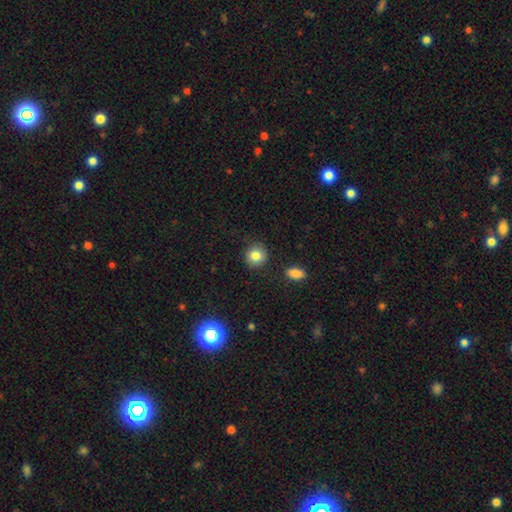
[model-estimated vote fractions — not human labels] Morphology: type=smooth (84%); roundness=round (89%); merging=none (88%).